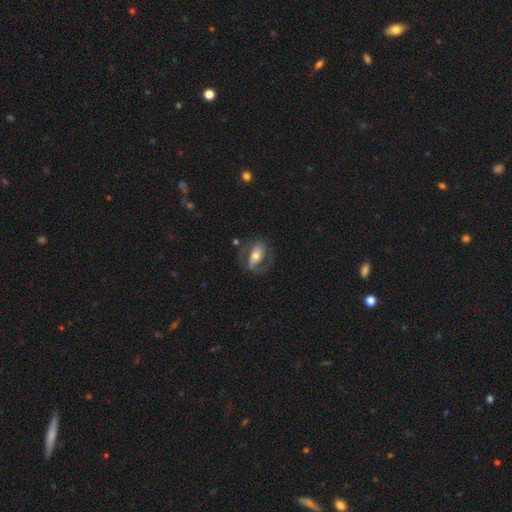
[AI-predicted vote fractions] Smooth or featured? Predicted: featured or disk (p=0.71). Edge-on disk? Predicted: no (p=0.95). Bar? Predicted: strong (p=0.39). Spiral arms? Predicted: yes (p=0.83). Spiral winding? Predicted: medium (p=0.48). Spiral arm count? Predicted: 2 (p=0.72). Bulge size? Predicted: moderate (p=0.65). Merging? Predicted: none (p=0.60).